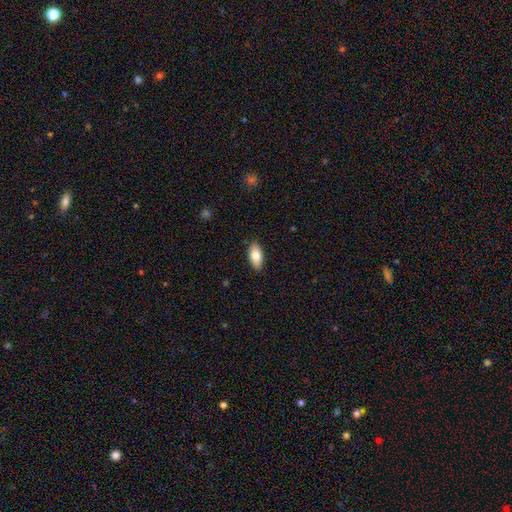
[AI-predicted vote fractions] A smooth galaxy with no disk features (79%) that is in between round and cigar-shaped (87%).

Vote fractions:
- Smooth or featured? smooth: 79% / featured or disk: 15% / star or artifact: 6%
- How rounded? in between: 87% / cigar-shaped: 10% / round: 3%
- Merging? none: 88% / minor disturbance: 9% / major disturbance: 2% / merger: 1%